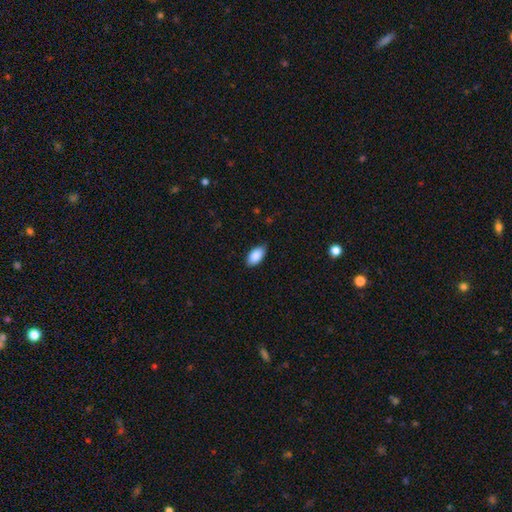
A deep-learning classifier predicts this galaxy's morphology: A smooth galaxy with no disk features (89%) that is in between round and cigar-shaped (95%).

Vote fractions:
- Smooth or featured? smooth: 89% / star or artifact: 6% / featured or disk: 5%
- How rounded? in between: 95% / round: 3% / cigar-shaped: 3%
- Merging? none: 81% / minor disturbance: 16% / major disturbance: 2% / merger: 1%